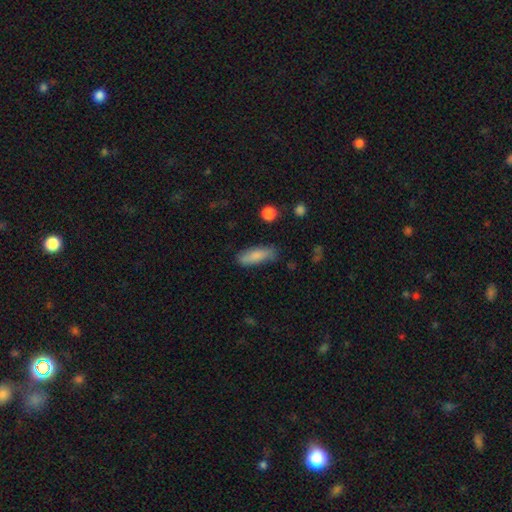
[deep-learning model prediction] This appears to be a smooth galaxy with no disk features (82%) that is in between round and cigar-shaped (57%). Merging: none (74%).